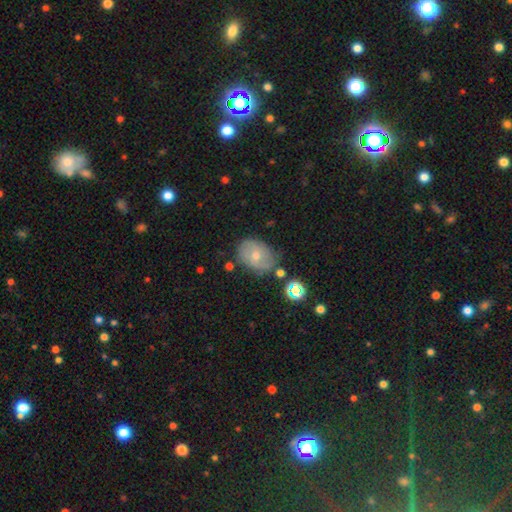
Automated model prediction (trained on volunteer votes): Smooth or featured? Predicted: featured or disk (p=0.43, tied with smooth). Merging? Predicted: none (p=0.65).